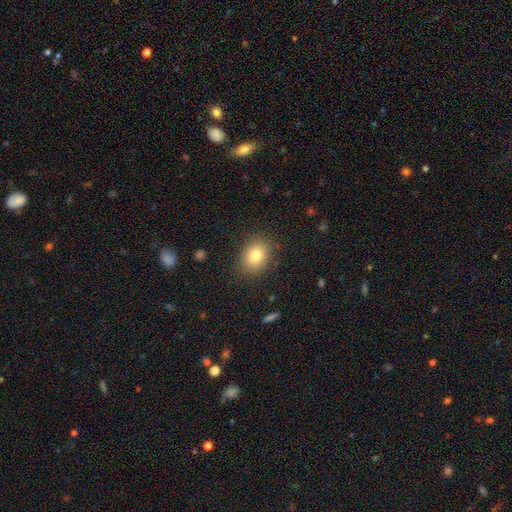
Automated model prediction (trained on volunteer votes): A smooth galaxy with no disk features (80%) that is in between round and cigar-shaped (56%). Merging: none (84%).